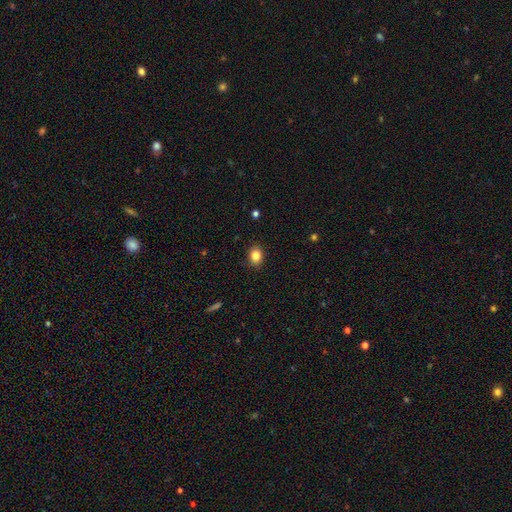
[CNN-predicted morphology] smooth-or-featured: smooth: 84% | star or artifact: 10% | featured or disk: 6%
  how-rounded: in between: 54% | round: 45% | cigar-shaped: 1%
  merging: none: 88% | minor disturbance: 9% | major disturbance: 2% | merger: 1%